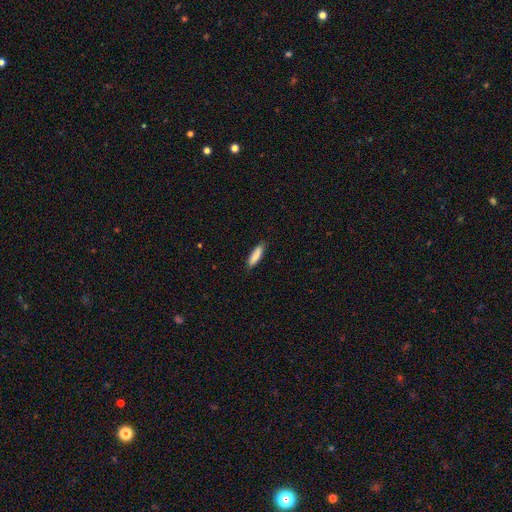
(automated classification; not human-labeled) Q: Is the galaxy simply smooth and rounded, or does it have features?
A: smooth — 86%.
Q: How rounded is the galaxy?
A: cigar-shaped — 70%.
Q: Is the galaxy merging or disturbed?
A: none — 86%.